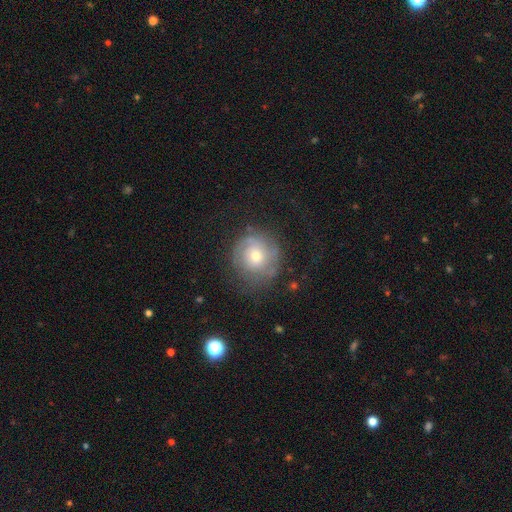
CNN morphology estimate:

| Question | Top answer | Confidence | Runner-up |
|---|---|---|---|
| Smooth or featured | featured or disk | 58% | smooth (33%) |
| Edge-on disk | no | 97% | yes (3%) |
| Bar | no | 81% | weak (16%) |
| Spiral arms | yes | 79% | no (21%) |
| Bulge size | moderate | 59% | small (35%) |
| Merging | none | 68% | minor disturbance (20%) |